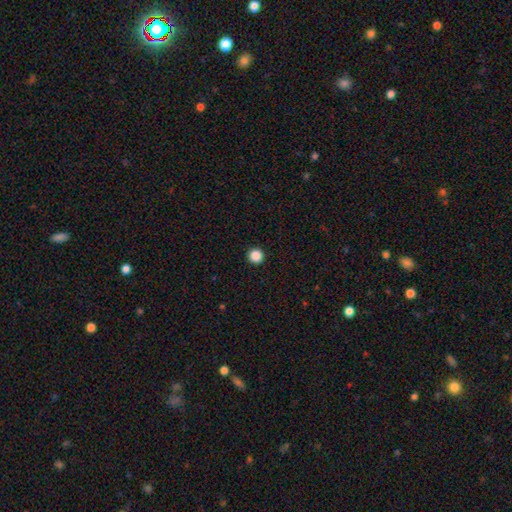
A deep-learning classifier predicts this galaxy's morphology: The model was most divided on "smooth or featured": smooth: 88%, star or artifact: 10%, featured or disk: 2%. More confident: how rounded — round (96%); merging — none (94%).